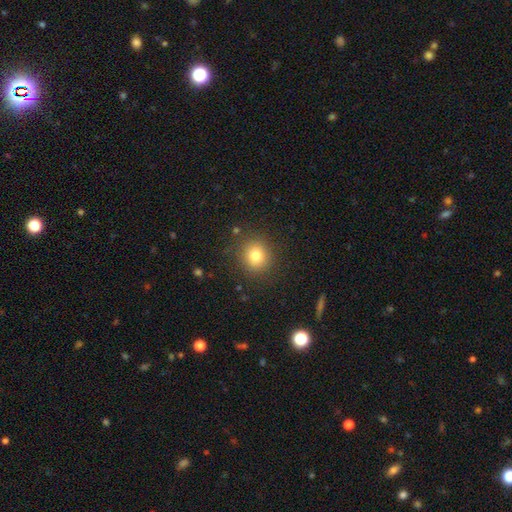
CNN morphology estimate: smooth-or-featured: smooth: 78% | star or artifact: 13% | featured or disk: 9%
  how-rounded: round: 85% | in between: 14% | cigar-shaped: 1%
  merging: none: 87% | minor disturbance: 8% | major disturbance: 4% | merger: 1%